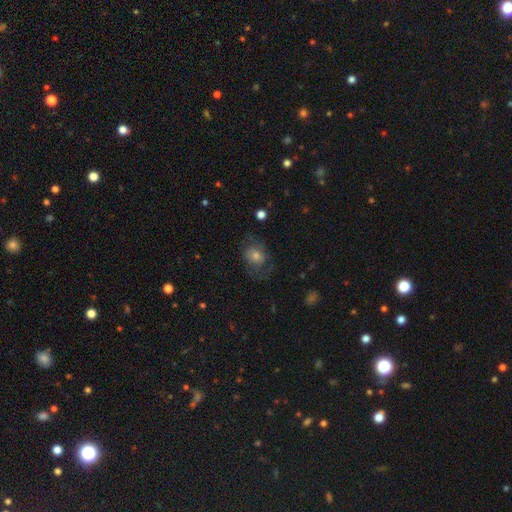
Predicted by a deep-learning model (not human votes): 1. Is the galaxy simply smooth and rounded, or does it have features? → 53% smooth, 34% featured or disk, 13% star or artifact.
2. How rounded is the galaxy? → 54% round, 45% in between, 1% cigar-shaped.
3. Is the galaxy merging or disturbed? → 64% none, 19% minor disturbance, 16% major disturbance, 1% merger.